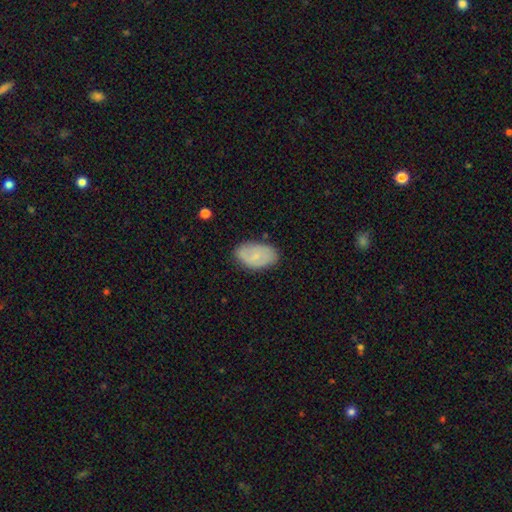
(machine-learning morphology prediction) Smooth or featured? Predicted: smooth (p=0.56). How rounded? Predicted: in between (p=0.90). Merging? Predicted: none (p=0.77).